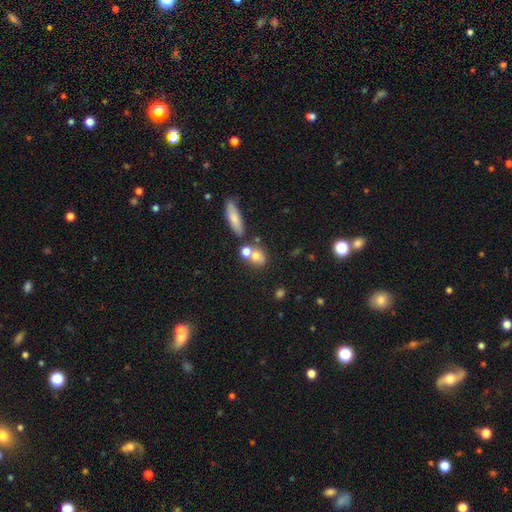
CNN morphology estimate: Smooth or featured?
  - smooth: 69% *
  - featured or disk: 18%
  - star or artifact: 13%
How rounded?
  - round: 51% *
  - in between: 45%
  - cigar-shaped: 4%
Merging?
  - merger: 44% *
  - none: 40%
  - minor disturbance: 11%
  - major disturbance: 5%